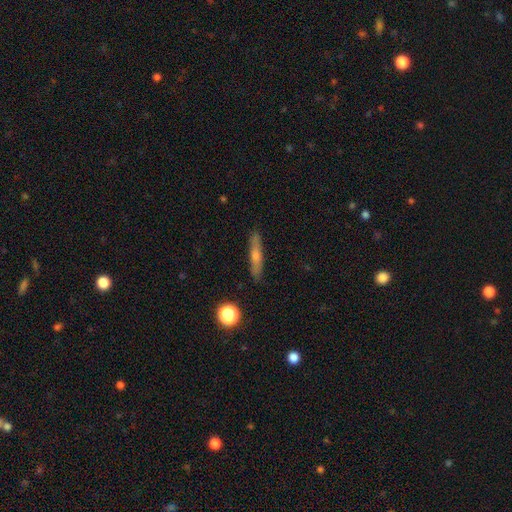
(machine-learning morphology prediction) A smooth galaxy with no disk features (47%).

Vote fractions:
- Smooth or featured? smooth: 47% / featured or disk: 44% / star or artifact: 9%
- Merging? none: 89% / minor disturbance: 8% / major disturbance: 2% / merger: 1%